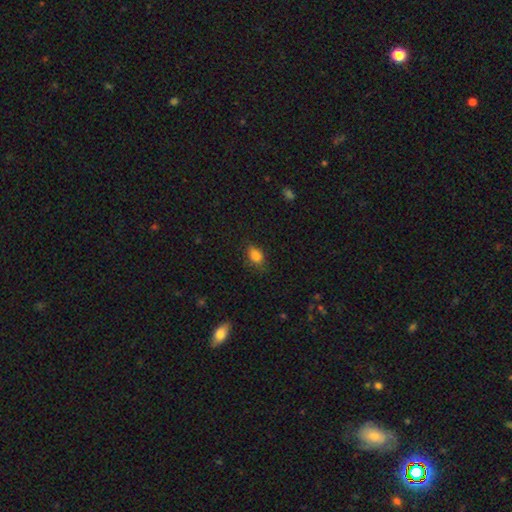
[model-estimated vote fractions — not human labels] Smooth or featured: smooth — 84% (star or artifact — 10%)
How rounded: in between — 81% (round — 17%)
Merging: none — 75% (minor disturbance — 19%)